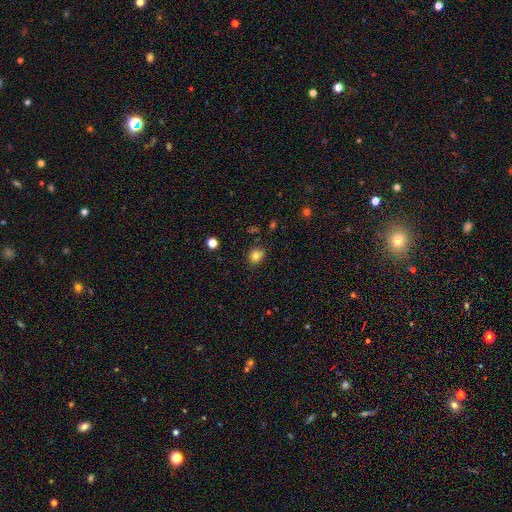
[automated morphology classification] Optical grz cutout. It shows a smooth galaxy with no disk features (80%) that is round (72%). Merging: none (80%).